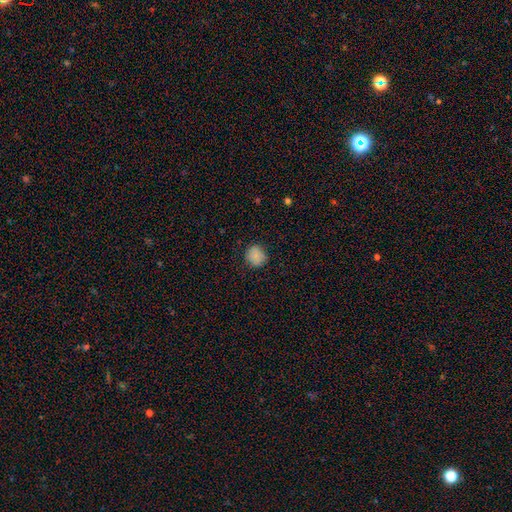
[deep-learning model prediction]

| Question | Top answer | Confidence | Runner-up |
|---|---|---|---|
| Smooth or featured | smooth | 84% | star or artifact (10%) |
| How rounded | round | 83% | in between (16%) |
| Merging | none | 81% | minor disturbance (15%) |